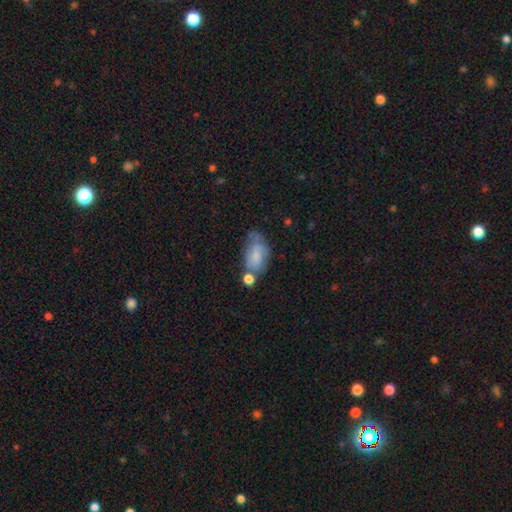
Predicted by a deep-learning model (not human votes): Morphology: type=smooth (62%); roundness=in between (89%); merging=none (39%).